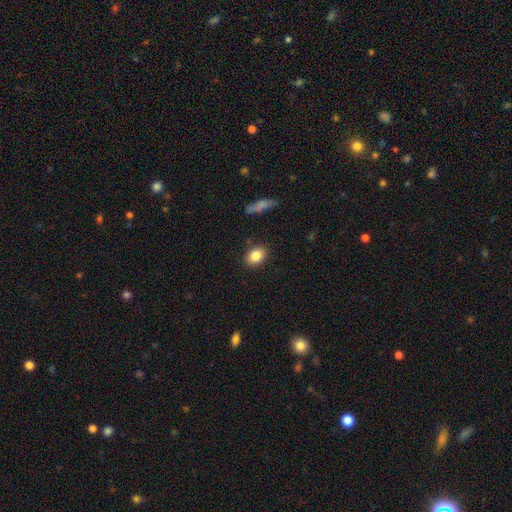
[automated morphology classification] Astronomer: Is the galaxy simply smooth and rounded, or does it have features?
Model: smooth — 84%.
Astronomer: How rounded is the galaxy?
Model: in between — 72%.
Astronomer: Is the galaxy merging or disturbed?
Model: none — 86%.